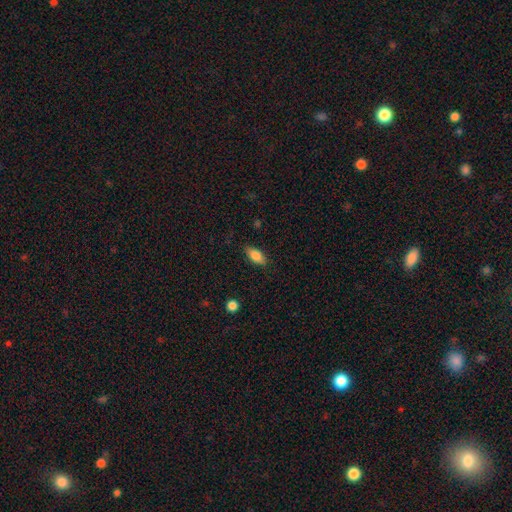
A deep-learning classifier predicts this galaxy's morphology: Q: Smooth or featured?
A: smooth (83%); runner-up: featured or disk (10%)
Q: How rounded?
A: in between (86%); runner-up: cigar-shaped (11%)
Q: Merging?
A: none (85%); runner-up: minor disturbance (11%)